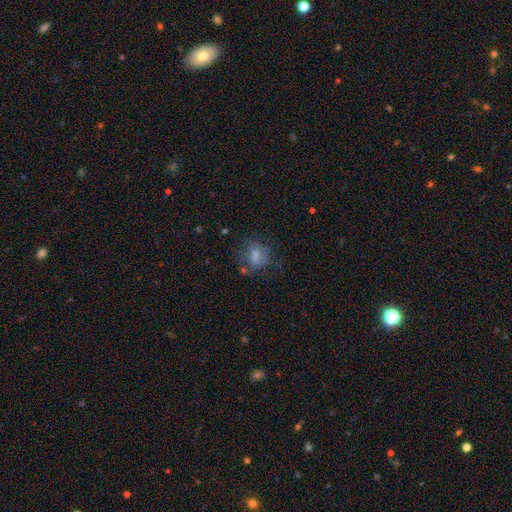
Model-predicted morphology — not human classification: Smooth or featured?
  - smooth: 61% *
  - featured or disk: 26%
  - star or artifact: 13%
How rounded?
  - round: 54% *
  - in between: 44%
  - cigar-shaped: 2%
Merging?
  - none: 48% *
  - minor disturbance: 24%
  - major disturbance: 22%
  - merger: 6%